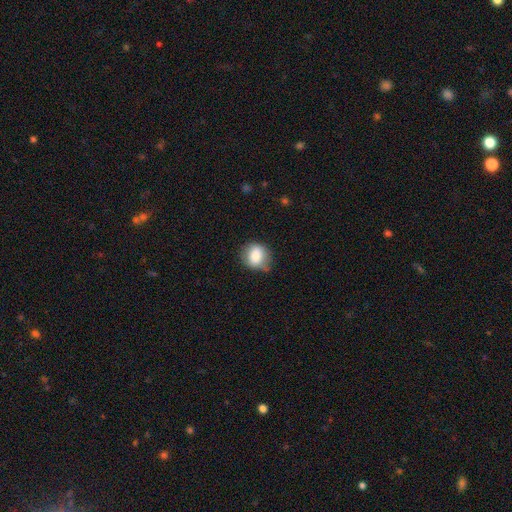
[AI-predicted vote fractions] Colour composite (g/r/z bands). It shows a smooth galaxy with no disk features (82%) that is round (69%). Merging: none (61%).